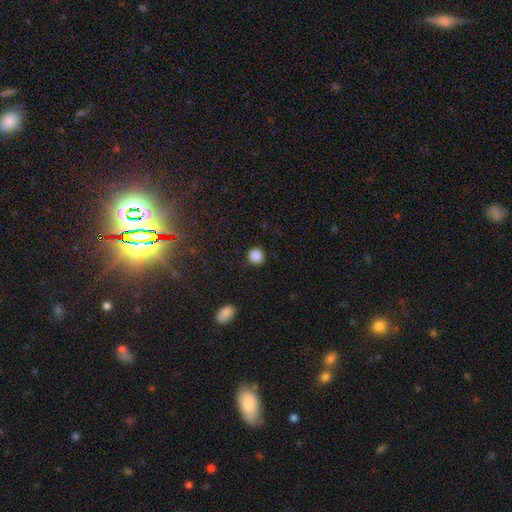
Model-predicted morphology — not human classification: A smooth galaxy with no disk features (87%) that is round (93%).

Vote fractions:
- Smooth or featured? smooth: 87% / star or artifact: 10% / featured or disk: 3%
- How rounded? round: 93% / in between: 6% / cigar-shaped: 1%
- Merging? none: 91% / minor disturbance: 6% / major disturbance: 2% / merger: 1%